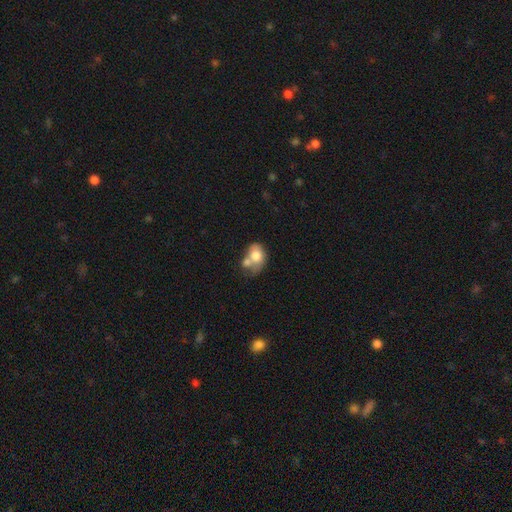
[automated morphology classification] smooth 69%, featured or disk 23%, star or artifact 8%. Down the decision tree: how rounded — in between (61%); merging — merger (58%).